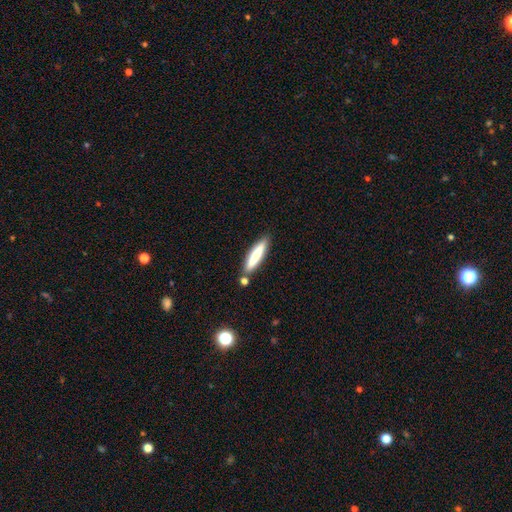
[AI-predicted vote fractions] smooth-or-featured: smooth: 74% | featured or disk: 21% | star or artifact: 6%
  how-rounded: cigar-shaped: 85% | in between: 14% | round: 1%
  merging: none: 80% | minor disturbance: 10% | merger: 8% | major disturbance: 2%